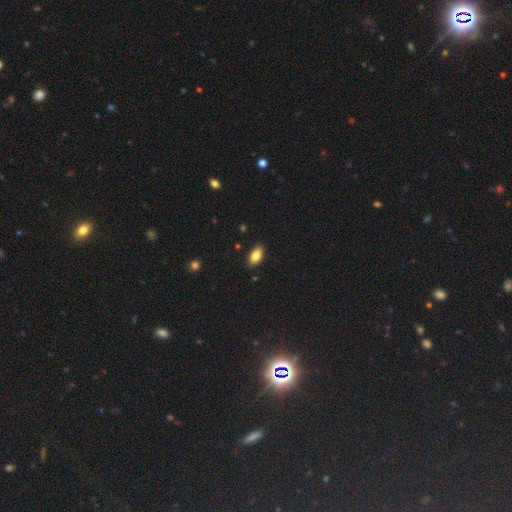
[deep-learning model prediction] This appears to be a smooth galaxy with no disk features (83%) that is in between round and cigar-shaped (90%). Merging: none (88%).